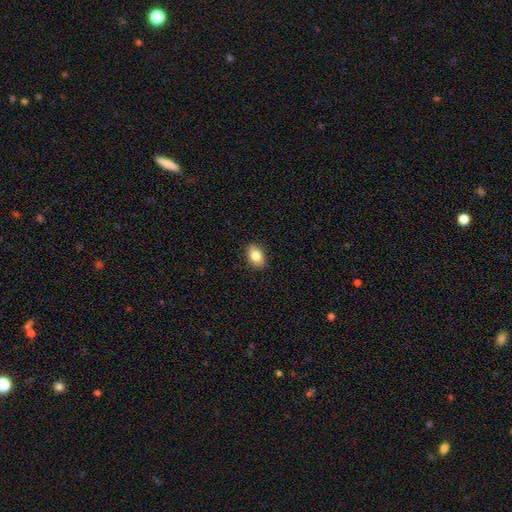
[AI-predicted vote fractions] smooth 84%, featured or disk 8%, star or artifact 8%. Down the decision tree: how rounded — in between (87%); merging — none (88%).